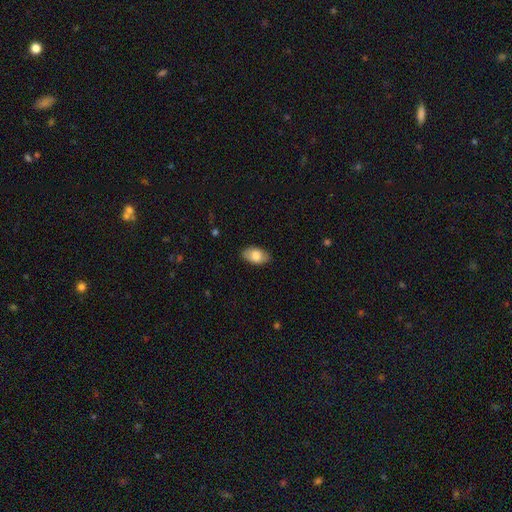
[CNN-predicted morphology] smooth 80%, featured or disk 14%, star or artifact 7%. Down the decision tree: how rounded — in between (92%); merging — none (82%).